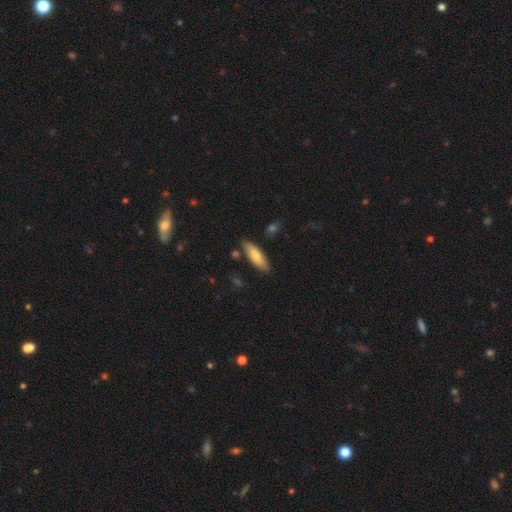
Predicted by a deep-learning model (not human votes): This is likely a smooth galaxy (77%). How rounded: possibly in between (50%). Merging: clearly none (81%).